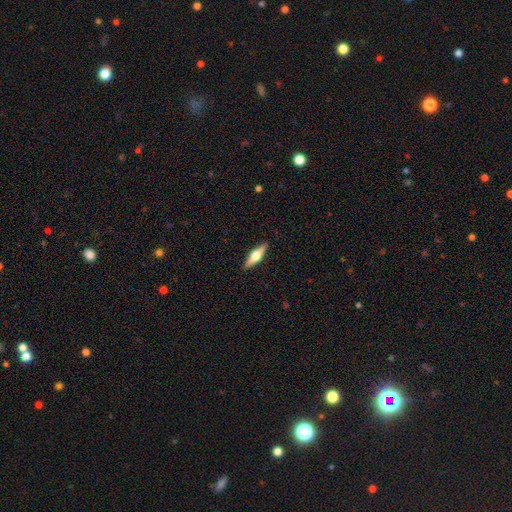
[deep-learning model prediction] This is likely a featured or disk galaxy (62%). It is clearly viewed edge-on (96%). Edge-on bulge: clearly rounded (95%). Merging: clearly none (90%).